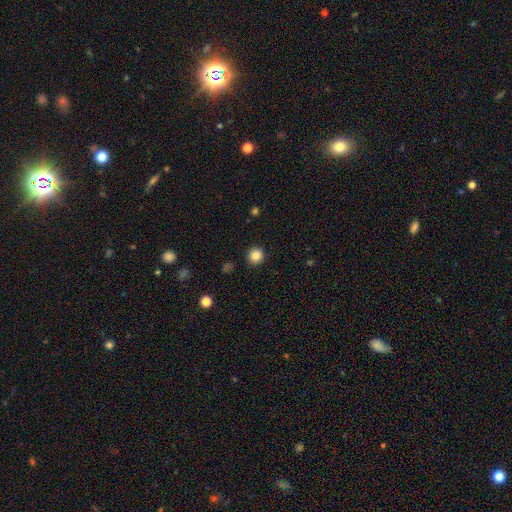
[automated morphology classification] Smooth or featured? smooth (86%)
How rounded? round (93%)
Merging? none (92%)